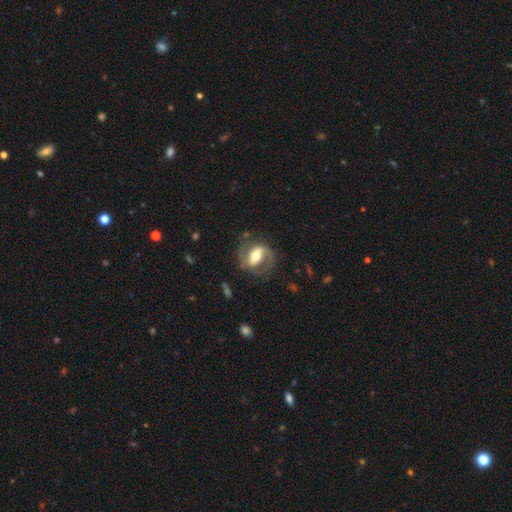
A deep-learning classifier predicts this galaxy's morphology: type=featured or disk (77%); edge-on=no (96%); bar=strong (44%); spiral arms=yes (88%); winding=medium (51%); arm count=2 (85%); bulge=moderate (66%); merging=none (72%).